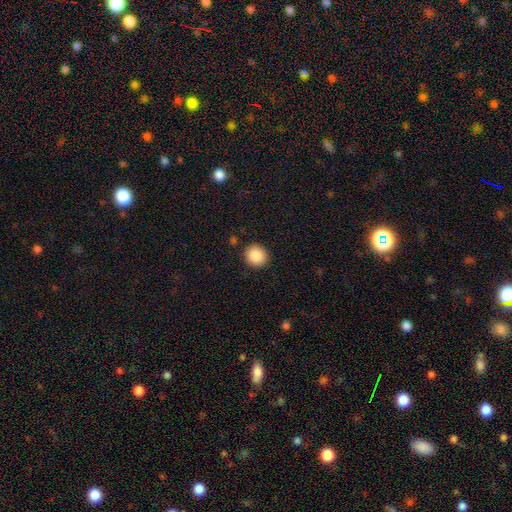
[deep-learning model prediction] A smooth galaxy with no disk features (87%) that is round (91%). Merging: none (91%).